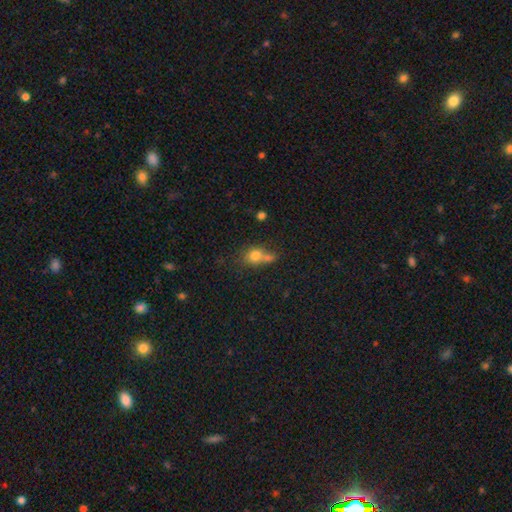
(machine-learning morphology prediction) The model was most divided on "merging": merger: 44%, none: 34%, minor disturbance: 14%, major disturbance: 8%. More confident: smooth or featured — smooth (74%); how rounded — round (58%).